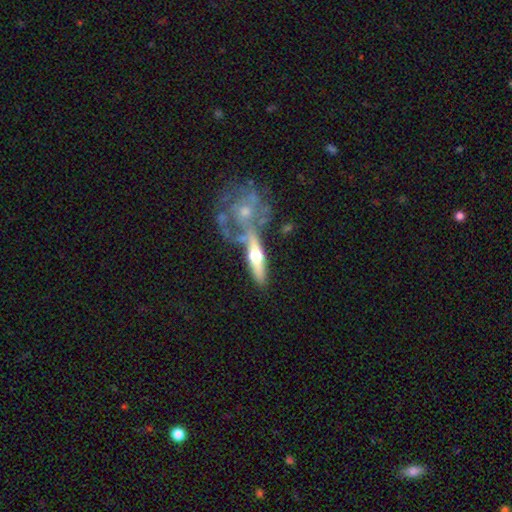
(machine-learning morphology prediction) The model was most divided on "merging": none: 47%, merger: 28%, minor disturbance: 15%, major disturbance: 10%. More confident: edge-on disk — yes (79%); smooth or featured — featured or disk (62%).